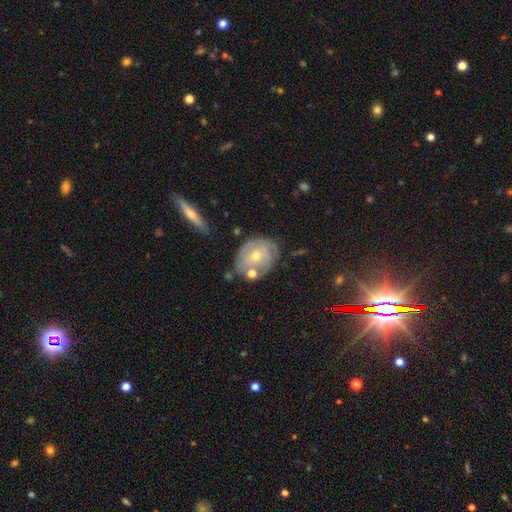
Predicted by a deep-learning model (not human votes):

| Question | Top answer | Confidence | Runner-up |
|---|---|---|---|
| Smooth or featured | featured or disk | 65% | smooth (26%) |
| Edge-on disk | no | 94% | yes (6%) |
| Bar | no | 82% | weak (15%) |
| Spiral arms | yes | 72% | no (28%) |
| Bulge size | moderate | 61% | small (36%) |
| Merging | none | 61% | minor disturbance (20%) |